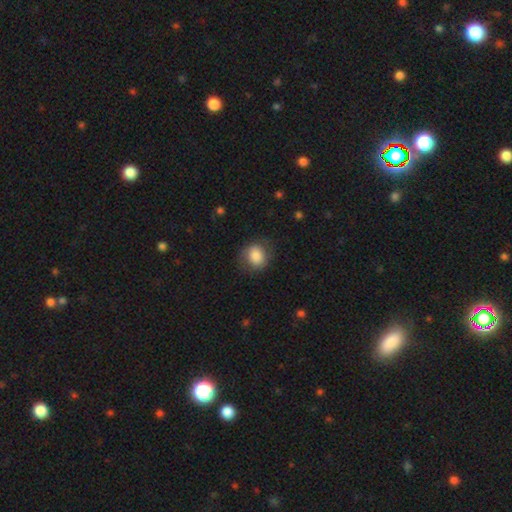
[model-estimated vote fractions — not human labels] smooth-or-featured: smooth: 80% | featured or disk: 13% | star or artifact: 8%
  how-rounded: round: 65% | in between: 34% | cigar-shaped: 1%
  merging: none: 74% | minor disturbance: 18% | major disturbance: 7% | merger: 1%